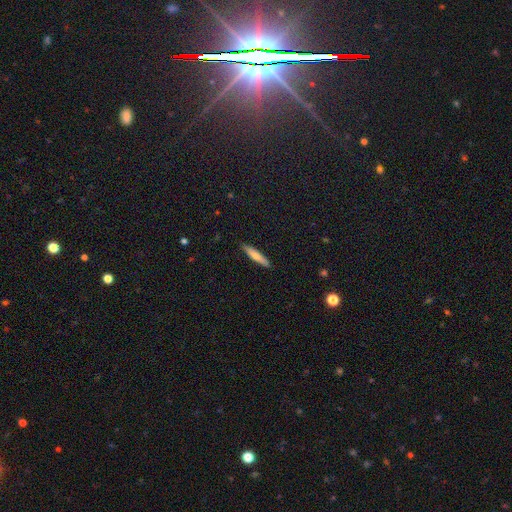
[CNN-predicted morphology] This is likely a smooth galaxy (67%). How rounded: clearly cigar-shaped (88%). Merging: clearly none (90%).